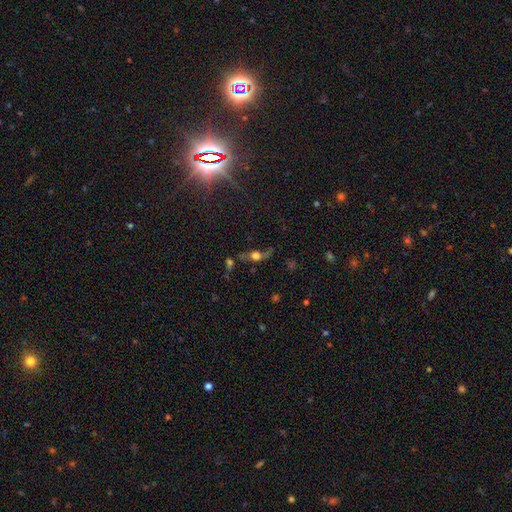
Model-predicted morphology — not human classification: smooth_or_featured: featured or disk (p=0.45) [alt: smooth p=0.38]
merging: none (p=0.50) [alt: major disturbance p=0.19]